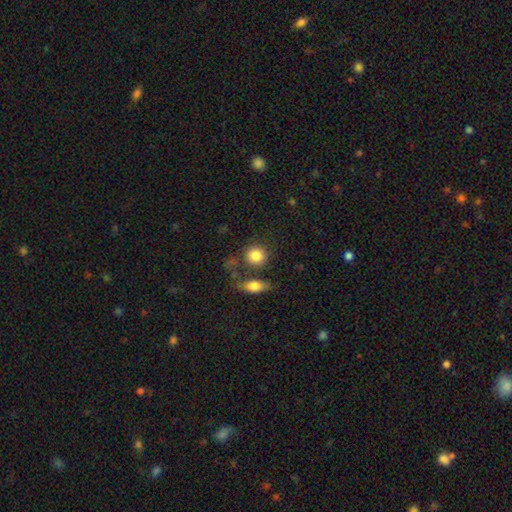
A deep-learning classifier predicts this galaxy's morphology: smooth_or_featured: smooth (p=0.84) [alt: star or artifact p=0.08]
how_rounded: round (p=0.82) [alt: in between p=0.17]
merging: none (p=0.64) [alt: merger p=0.18]